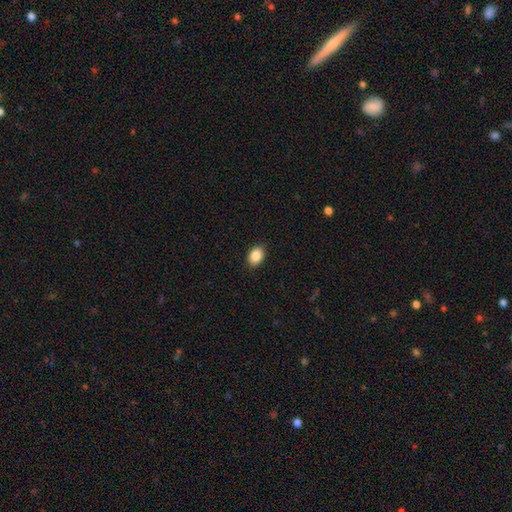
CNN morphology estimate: type=smooth (88%); roundness=in between (77%); merging=none (90%).